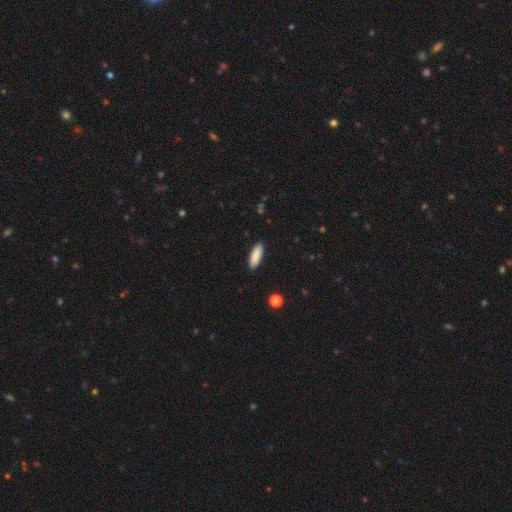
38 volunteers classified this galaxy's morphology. This is clearly a smooth galaxy (89%). How rounded: possibly cigar-shaped (59%). Merging: clearly none (100%).